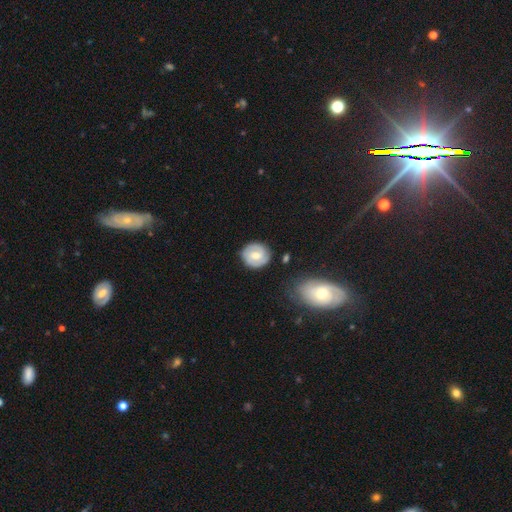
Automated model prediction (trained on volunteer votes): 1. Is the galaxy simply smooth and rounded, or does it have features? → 58% featured or disk, 36% smooth, 6% star or artifact.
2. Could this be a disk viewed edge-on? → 97% no, 3% yes.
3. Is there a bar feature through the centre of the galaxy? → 48% weak, 39% no, 12% strong.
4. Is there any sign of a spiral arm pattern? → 82% yes, 18% no.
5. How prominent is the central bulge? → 67% moderate, 24% small, 6% large, 2% none, 1% dominant.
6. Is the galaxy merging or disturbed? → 79% none, 14% minor disturbance, 4% major disturbance, 3% merger.